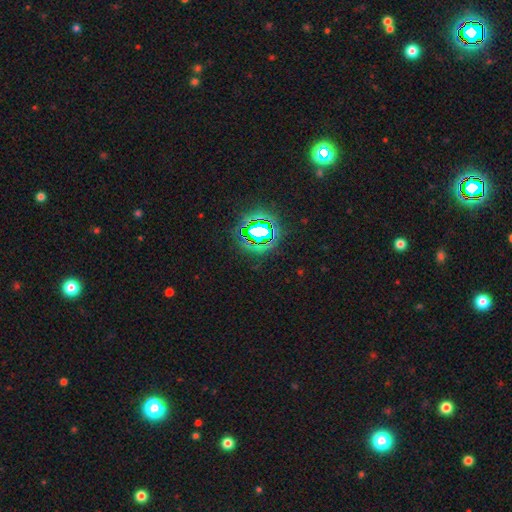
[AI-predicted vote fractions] smooth_or_featured: star or artifact (p=0.80) [alt: smooth p=0.13]